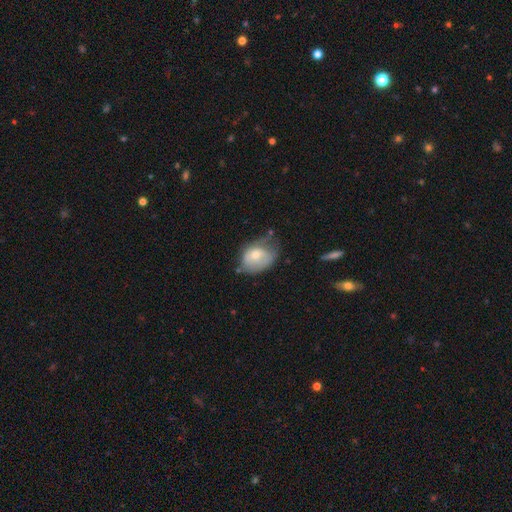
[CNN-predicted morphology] Q: Smooth or featured?
A: smooth (60%); runner-up: featured or disk (32%)
Q: How rounded?
A: in between (71%); runner-up: round (28%)
Q: Merging?
A: minor disturbance (39%); runner-up: none (33%)